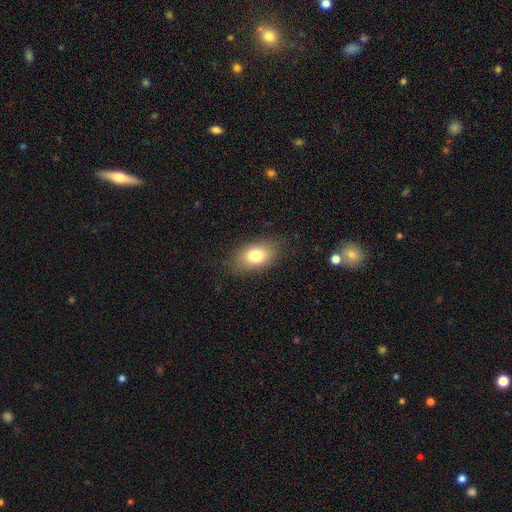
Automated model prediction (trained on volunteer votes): Smooth or featured: smooth — 79% (featured or disk — 12%)
How rounded: in between — 86% (round — 13%)
Merging: none — 80% (minor disturbance — 14%)